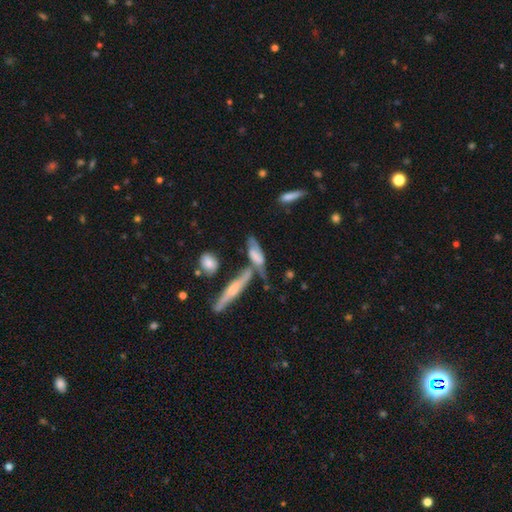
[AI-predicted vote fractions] The model was most divided on "smooth or featured": featured or disk: 46%, smooth: 45%, star or artifact: 9%. Remaining: merging — merger (38%).